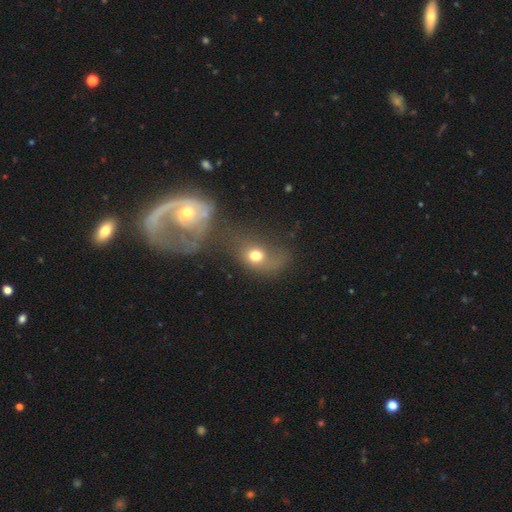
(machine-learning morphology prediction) smooth-or-featured: smooth: 59% | featured or disk: 27% | star or artifact: 14%
  how-rounded: in between: 49% | round: 48% | cigar-shaped: 2%
  merging: merger: 43% | none: 24% | major disturbance: 20% | minor disturbance: 12%